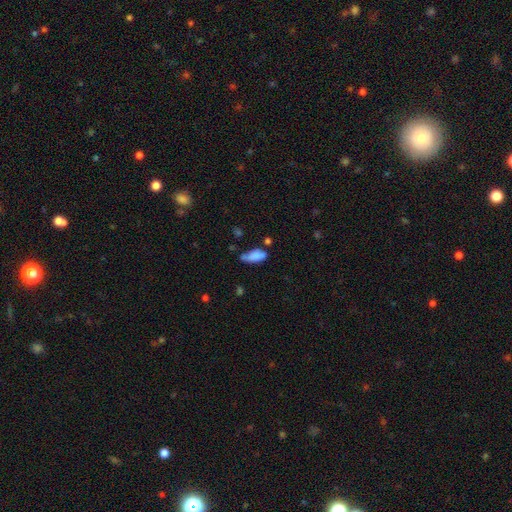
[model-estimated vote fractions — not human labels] The model was most divided on "merging": none: 44%, minor disturbance: 35%, major disturbance: 11%, merger: 10%. More confident: smooth or featured — smooth (81%); how rounded — in between (81%).